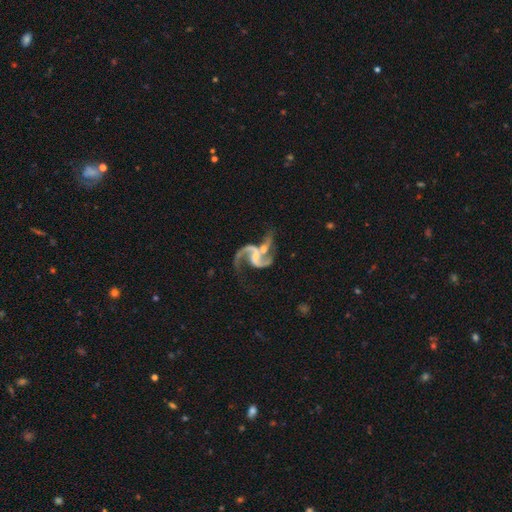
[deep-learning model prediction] smooth_or_featured: featured or disk (p=0.91) [alt: star or artifact p=0.05]
disk_edge_on: no (p=0.98) [alt: yes p=0.02]
bar: weak (p=0.44) [alt: no p=0.39]
has_spiral_arms: yes (p=0.96) [alt: no p=0.04]
spiral_winding: loose (p=0.61) [alt: medium p=0.33]
spiral_arm_count: 2 (p=0.87) [alt: 1 p=0.04]
bulge_size: small (p=0.50) [alt: none p=0.26]
merging: none (p=0.34) [alt: merger p=0.30]